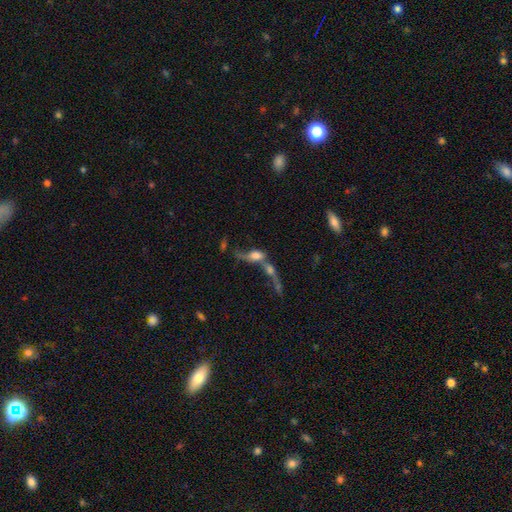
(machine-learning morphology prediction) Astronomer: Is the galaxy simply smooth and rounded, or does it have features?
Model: smooth — 46% (runner-up: featured or disk, 40%).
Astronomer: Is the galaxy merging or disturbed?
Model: merger — 74%.